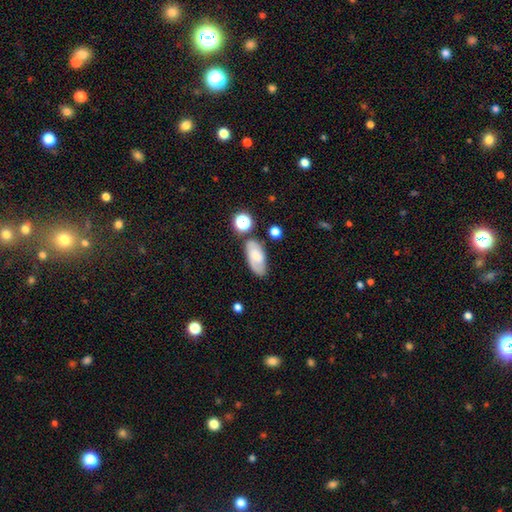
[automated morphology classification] smooth_or_featured: smooth (p=0.49) [alt: featured or disk p=0.42]
merging: none (p=0.69) [alt: minor disturbance p=0.18]